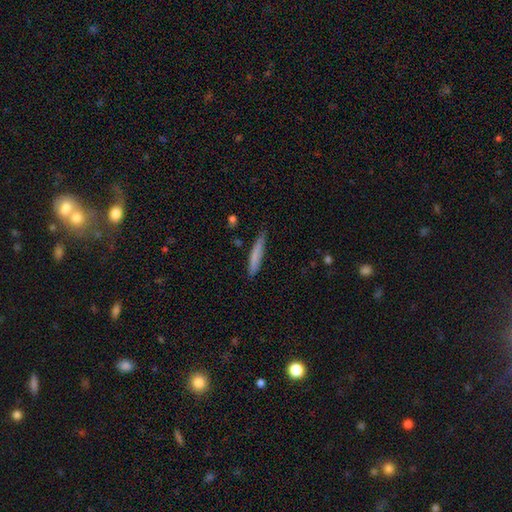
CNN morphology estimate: Smooth or featured? smooth (76%)
How rounded? cigar-shaped (92%)
Merging? none (79%)